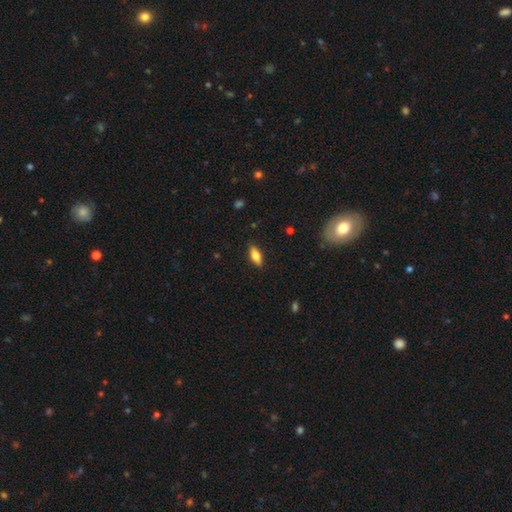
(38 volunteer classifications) This is possibly a smooth galaxy (55%). How rounded: likely in between (62%). Merging: clearly none (86%).